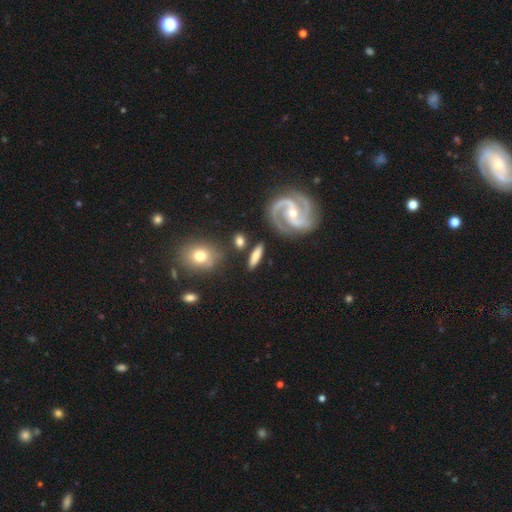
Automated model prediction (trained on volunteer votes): A smooth galaxy with no disk features (47%).

Vote fractions:
- Smooth or featured? smooth: 47% / featured or disk: 46% / star or artifact: 7%
- Merging? none: 80% / minor disturbance: 12% / merger: 5% / major disturbance: 4%